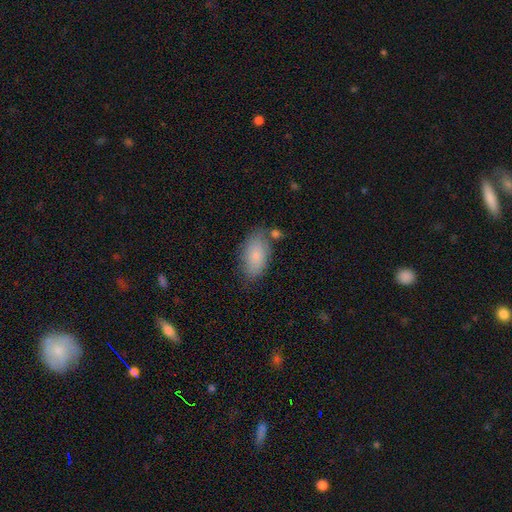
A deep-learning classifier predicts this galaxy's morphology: smooth_or_featured: smooth (p=0.83) [alt: featured or disk p=0.11]
how_rounded: in between (p=0.93) [alt: round p=0.04]
merging: none (p=0.67) [alt: minor disturbance p=0.21]